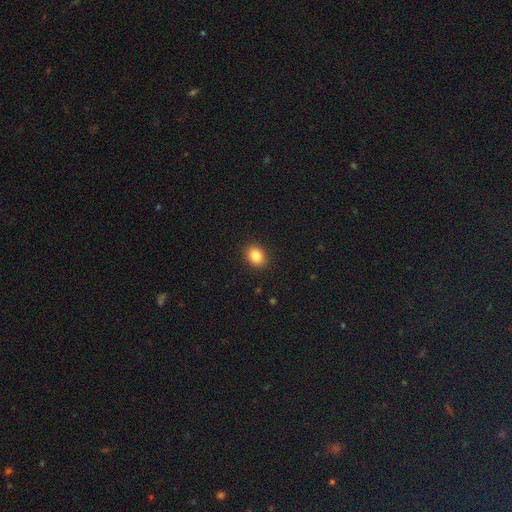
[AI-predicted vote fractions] The model was most divided on "how rounded": in between: 51%, round: 48%, cigar-shaped: 1%. More confident: merging — none (90%); smooth or featured — smooth (84%).